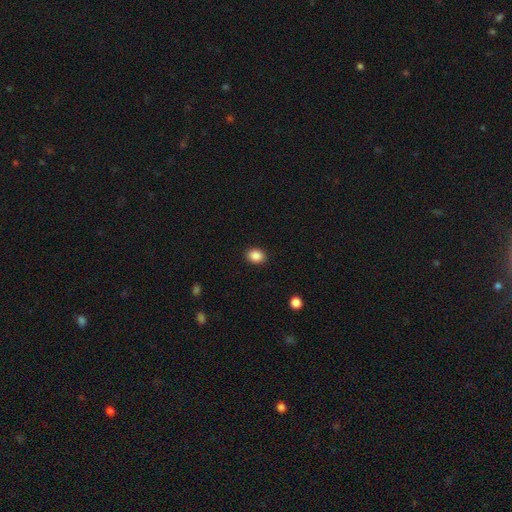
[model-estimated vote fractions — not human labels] Overall: smooth (88%). How rounded: in between (61%; round 38%). Merging: none (90%).